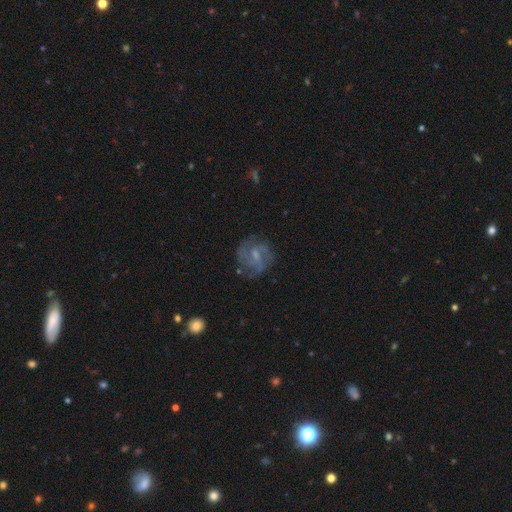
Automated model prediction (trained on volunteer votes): featured or disk 73%, smooth 19%, star or artifact 8%. Down the decision tree: edge-on disk — no (98%); bar — weak (55%); spiral arms — yes (88%); spiral arm count — 2 (43%); spiral winding — medium (48%); bulge size — small (46%); merging — none (70%).